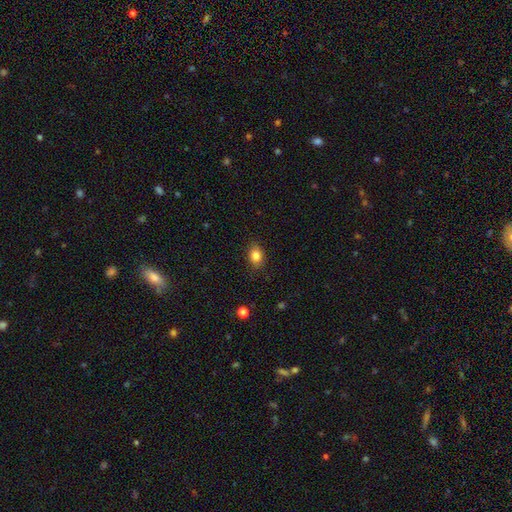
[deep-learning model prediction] This is clearly a smooth galaxy (84%). How rounded: likely in between (63%). Merging: clearly none (84%).